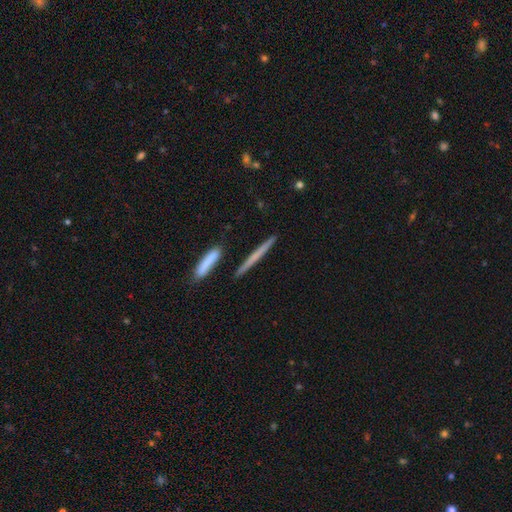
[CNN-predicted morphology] A smooth galaxy with no disk features (52%) that is cigar-shaped (96%). Merging: none (88%).